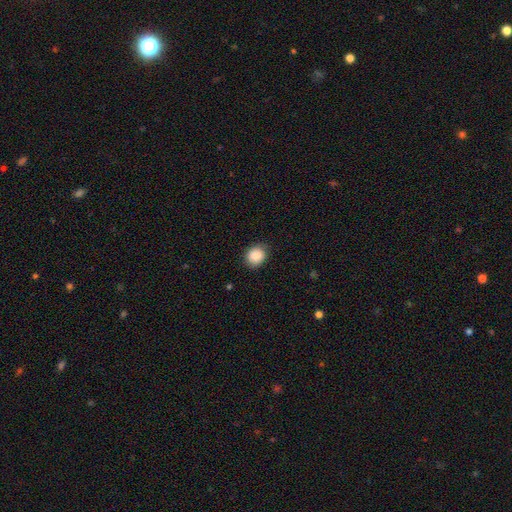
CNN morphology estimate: This is clearly a smooth galaxy (87%). How rounded: likely round (67%). Merging: clearly none (84%).